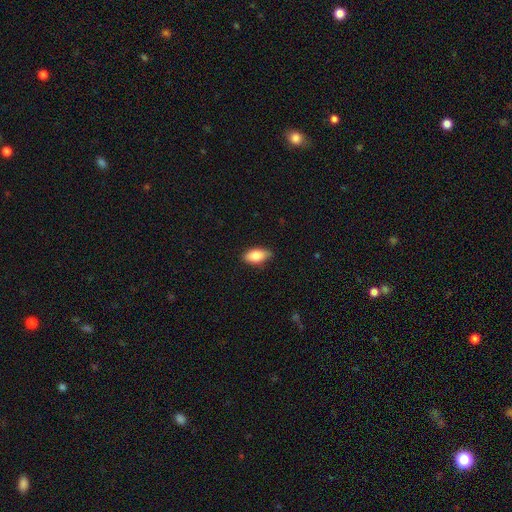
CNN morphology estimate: The model was most divided on "merging": none: 81%, minor disturbance: 16%, major disturbance: 2%, merger: 1%. More confident: how rounded — in between (90%); smooth or featured — smooth (82%).